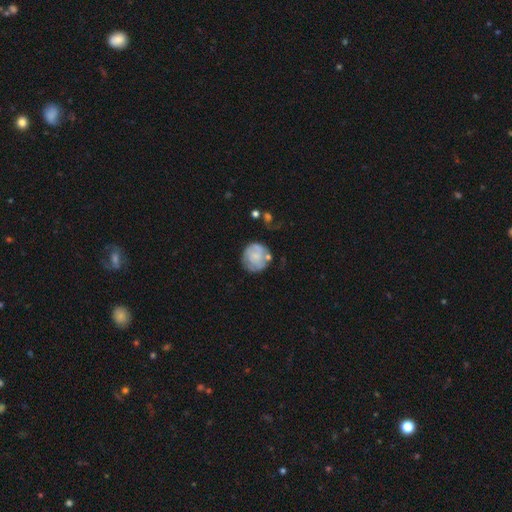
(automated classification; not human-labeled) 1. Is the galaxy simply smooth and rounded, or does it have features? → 53% featured or disk, 40% smooth, 7% star or artifact.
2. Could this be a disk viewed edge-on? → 98% no, 2% yes.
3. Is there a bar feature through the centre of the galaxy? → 73% no, 23% weak, 4% strong.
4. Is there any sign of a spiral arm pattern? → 68% yes, 32% no.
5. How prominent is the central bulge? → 40% small, 33% none, 22% moderate, 4% large, 2% dominant.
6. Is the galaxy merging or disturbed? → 60% none, 22% minor disturbance, 11% major disturbance, 8% merger.